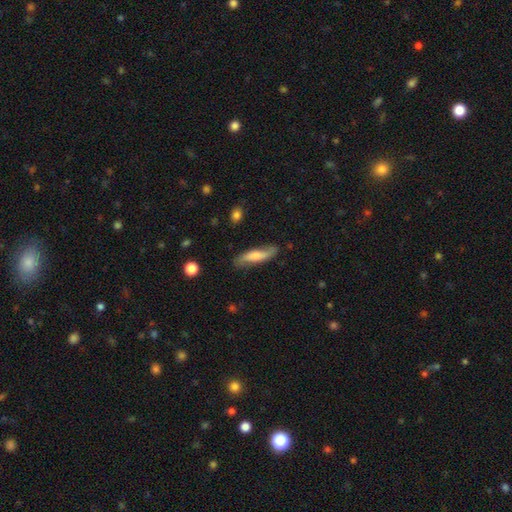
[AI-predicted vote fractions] smooth-or-featured: smooth: 57% | featured or disk: 37% | star or artifact: 6%
  how-rounded: cigar-shaped: 65% | in between: 32% | round: 2%
  merging: none: 75% | minor disturbance: 18% | major disturbance: 5% | merger: 2%